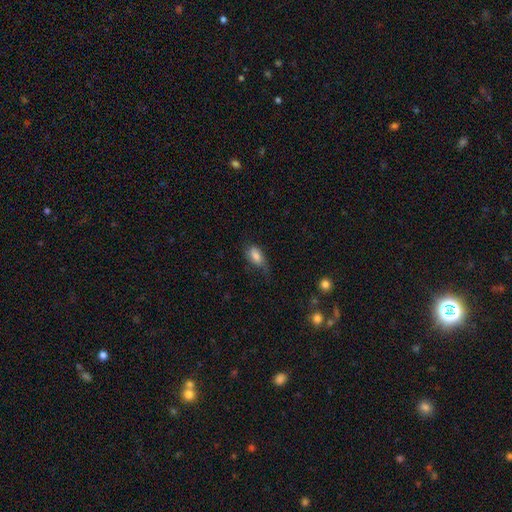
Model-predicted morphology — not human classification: A smooth galaxy with no disk features (78%) that is in between round and cigar-shaped (90%). Merging: none (42%).